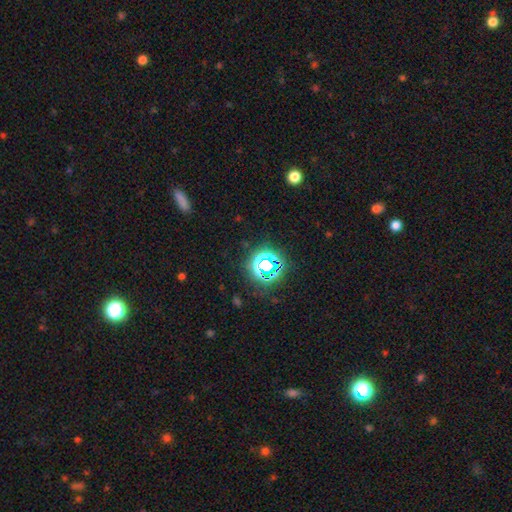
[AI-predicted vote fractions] The model was most divided on "smooth or featured": star or artifact: 68%, smooth: 25%, featured or disk: 7%.